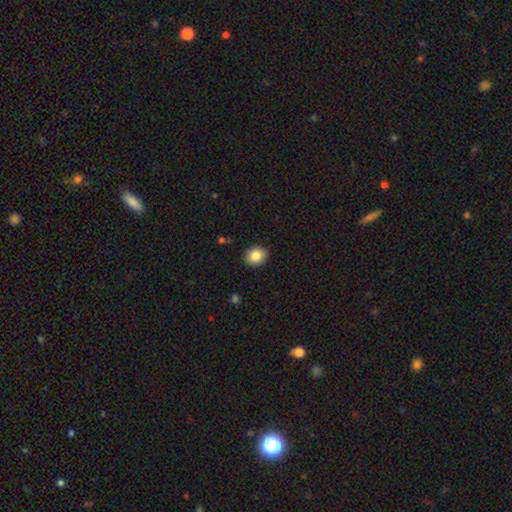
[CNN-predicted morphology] The model was most divided on "how rounded": round: 65%, in between: 34%, cigar-shaped: 1%. More confident: merging — none (90%); smooth or featured — smooth (85%).